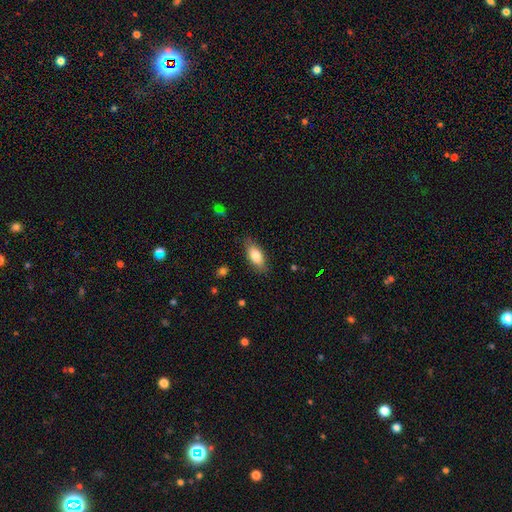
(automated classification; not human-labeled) smooth-or-featured: smooth: 81% | featured or disk: 12% | star or artifact: 7%
  how-rounded: in between: 83% | cigar-shaped: 15% | round: 3%
  merging: none: 83% | minor disturbance: 13% | major disturbance: 3% | merger: 1%